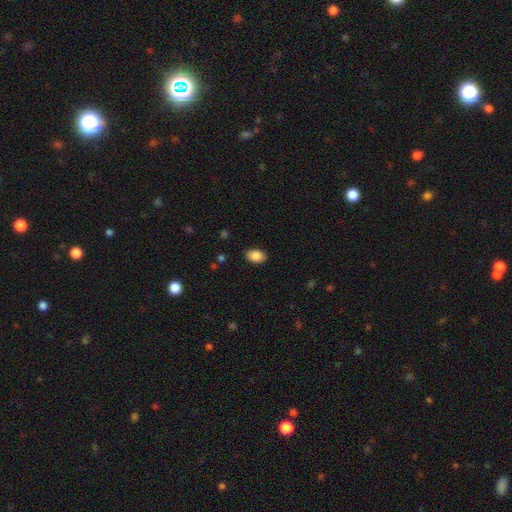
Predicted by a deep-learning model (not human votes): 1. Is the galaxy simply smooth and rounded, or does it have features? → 88% smooth, 7% star or artifact, 5% featured or disk.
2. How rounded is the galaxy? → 86% in between, 13% round, 1% cigar-shaped.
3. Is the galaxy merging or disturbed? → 88% none, 9% minor disturbance, 2% major disturbance, 1% merger.